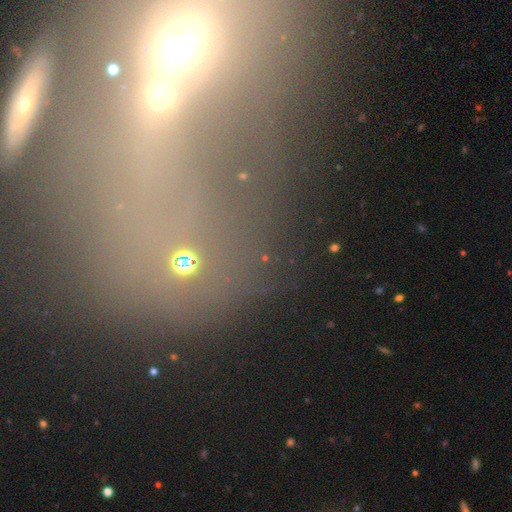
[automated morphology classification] type=star or artifact (50%).